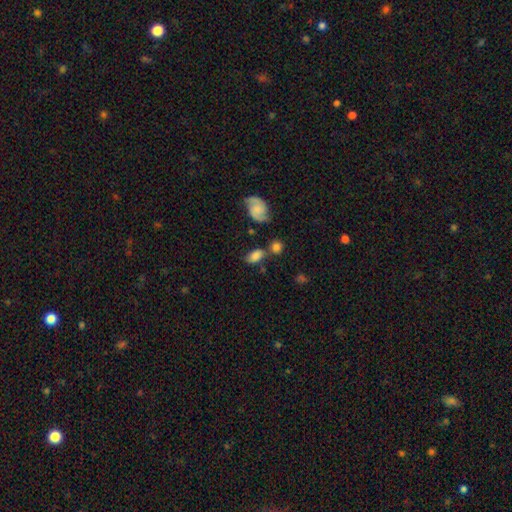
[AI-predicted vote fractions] A smooth galaxy with no disk features (72%) that is in between round and cigar-shaped (86%).

Vote fractions:
- Smooth or featured? smooth: 72% / featured or disk: 20% / star or artifact: 9%
- How rounded? in between: 86% / round: 10% / cigar-shaped: 4%
- Merging? none: 56% / minor disturbance: 19% / merger: 18% / major disturbance: 7%